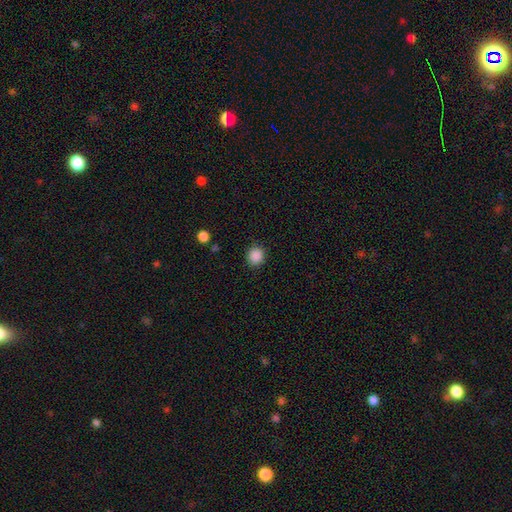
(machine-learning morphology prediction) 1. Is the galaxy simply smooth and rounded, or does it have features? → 88% smooth, 9% star or artifact, 2% featured or disk.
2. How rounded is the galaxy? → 86% round, 13% in between, 1% cigar-shaped.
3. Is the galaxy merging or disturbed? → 89% none, 8% minor disturbance, 2% major disturbance, 1% merger.